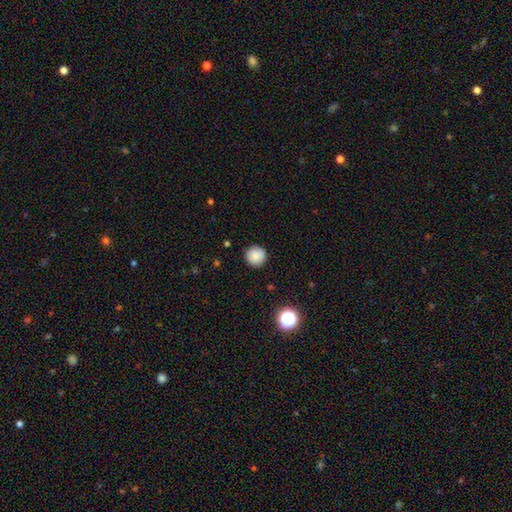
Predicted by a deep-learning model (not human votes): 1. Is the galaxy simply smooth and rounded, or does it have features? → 86% smooth, 10% star or artifact, 5% featured or disk.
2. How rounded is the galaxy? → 95% round, 4% in between, 1% cigar-shaped.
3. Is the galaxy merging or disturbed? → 91% none, 6% minor disturbance, 2% major disturbance, 1% merger.